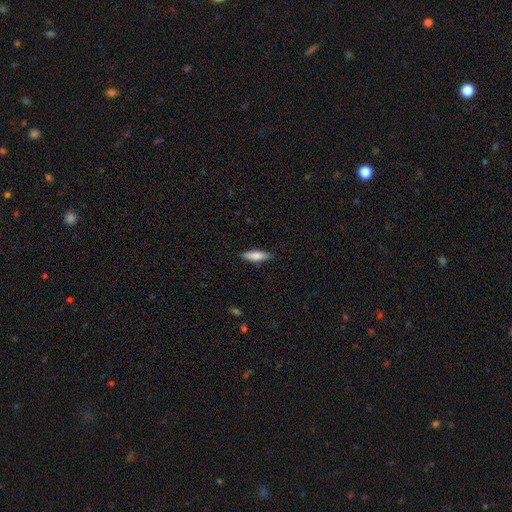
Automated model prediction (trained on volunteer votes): A smooth galaxy with no disk features (81%) that is cigar-shaped (51%).

Vote fractions:
- Smooth or featured? smooth: 81% / featured or disk: 13% / star or artifact: 6%
- How rounded? cigar-shaped: 51% / in between: 47% / round: 2%
- Merging? none: 84% / minor disturbance: 13% / major disturbance: 2% / merger: 1%